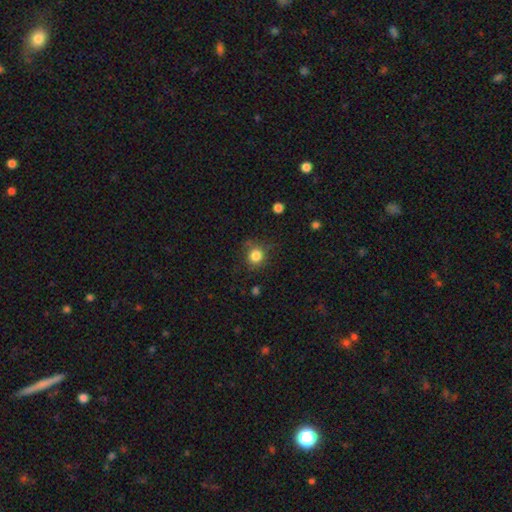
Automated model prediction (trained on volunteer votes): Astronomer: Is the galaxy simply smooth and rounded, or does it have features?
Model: smooth — 84%.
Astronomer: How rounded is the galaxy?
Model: round — 89%.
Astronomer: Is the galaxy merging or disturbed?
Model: none — 78%.